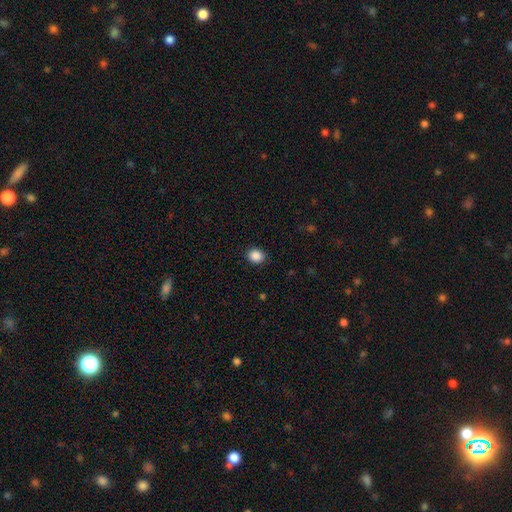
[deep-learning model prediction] This is clearly a smooth galaxy (89%). How rounded: likely round (66%). Merging: clearly none (90%).